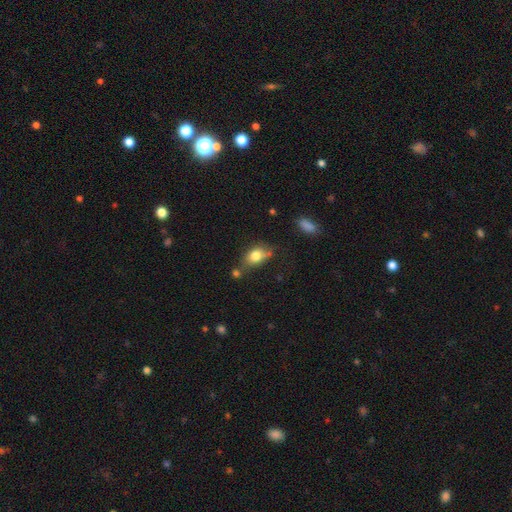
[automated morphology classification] Smooth or featured? Predicted: smooth (p=0.79). How rounded? Predicted: in between (p=0.72). Merging? Predicted: none (p=0.53).